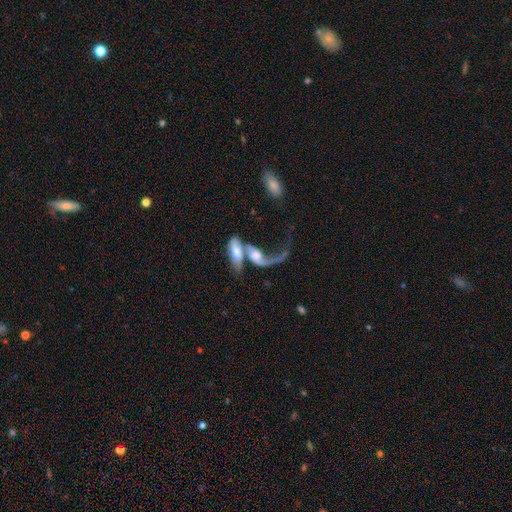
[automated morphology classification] Smooth or featured: featured or disk — 64% (smooth — 29%)
Edge-on disk: no — 87% (yes — 13%)
Bar: no — 59% (weak — 30%)
Spiral arms: yes — 75% (no — 25%)
Bulge size: moderate — 44% (small — 22%)
Merging: merger — 72% (major disturbance — 13%)